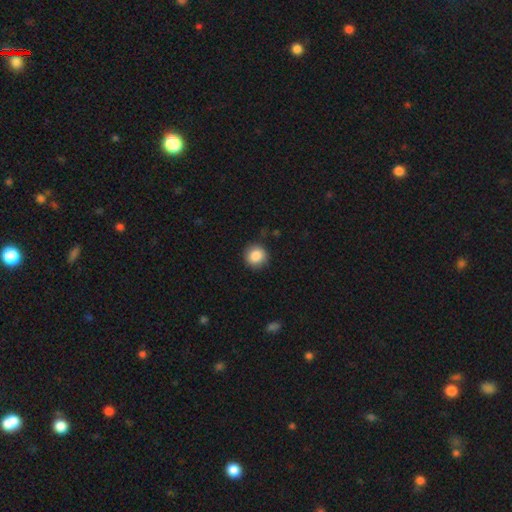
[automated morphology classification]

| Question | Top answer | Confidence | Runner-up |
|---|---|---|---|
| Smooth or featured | smooth | 87% | star or artifact (9%) |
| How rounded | round | 93% | in between (6%) |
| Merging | none | 89% | minor disturbance (8%) |